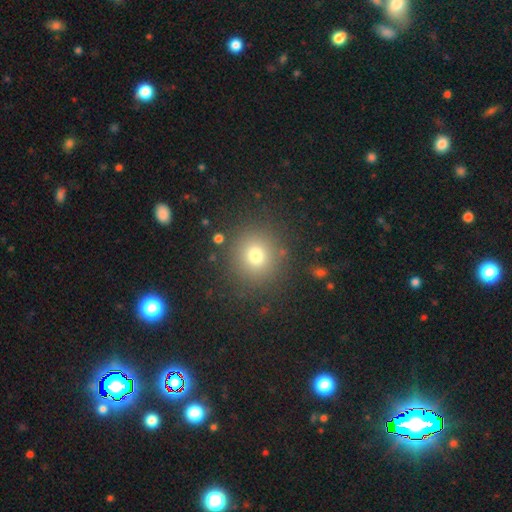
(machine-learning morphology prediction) smooth-or-featured: smooth: 74% | star or artifact: 17% | featured or disk: 9%
  how-rounded: round: 89% | in between: 10% | cigar-shaped: 1%
  merging: none: 87% | minor disturbance: 7% | major disturbance: 4% | merger: 2%